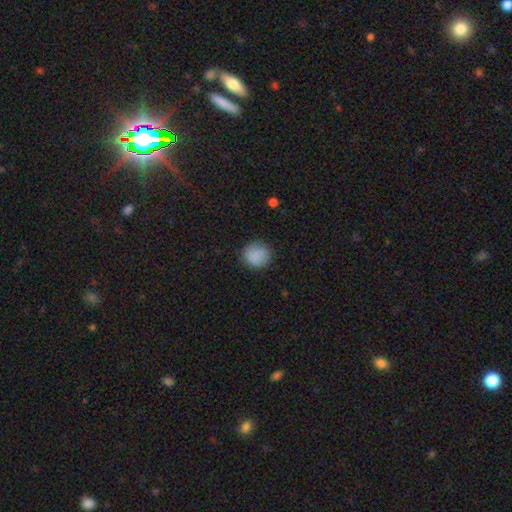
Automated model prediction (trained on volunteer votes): Smooth or featured? smooth (86%)
How rounded? round (84%)
Merging? none (82%)